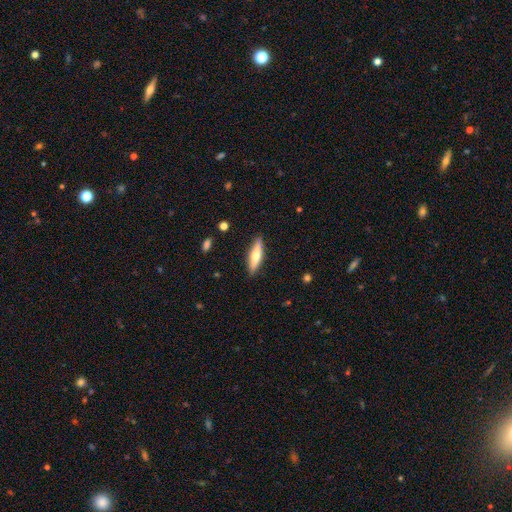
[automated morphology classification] Smooth or featured: smooth — 57% (featured or disk — 37%)
How rounded: cigar-shaped — 62% (in between — 36%)
Merging: none — 87% (minor disturbance — 10%)